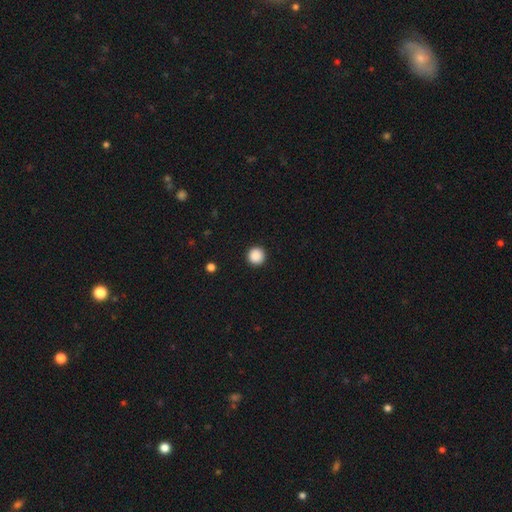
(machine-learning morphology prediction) Smooth or featured?
  - smooth: 88% *
  - star or artifact: 9%
  - featured or disk: 2%
How rounded?
  - round: 96% *
  - in between: 3%
  - cigar-shaped: 1%
Merging?
  - none: 93% *
  - minor disturbance: 4%
  - major disturbance: 2%
  - merger: 1%